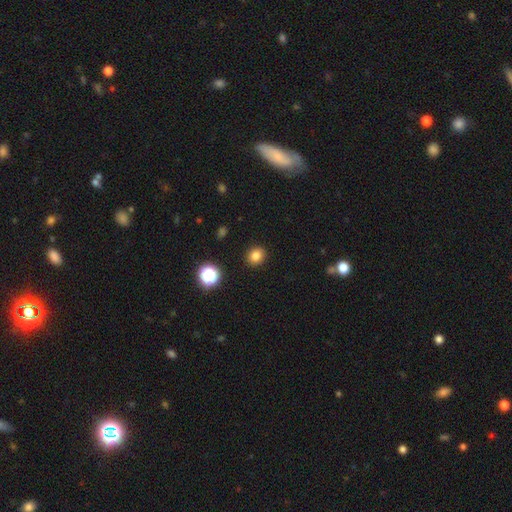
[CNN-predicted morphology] The model was most divided on "how rounded": round: 77%, in between: 22%, cigar-shaped: 1%. More confident: merging — none (91%); smooth or featured — smooth (81%).